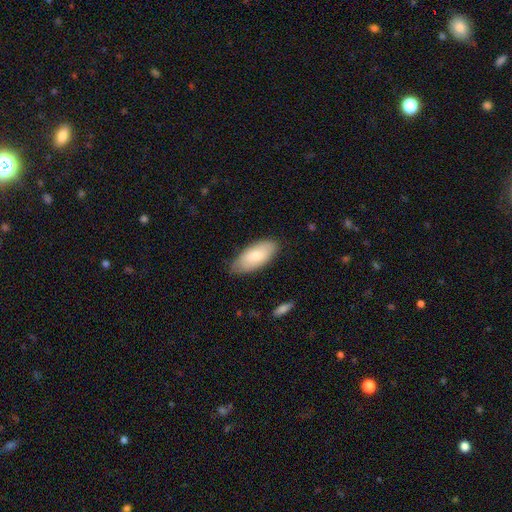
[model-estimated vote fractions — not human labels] A smooth galaxy with no disk features (76%) that is in between round and cigar-shaped (90%).

Vote fractions:
- Smooth or featured? smooth: 76% / featured or disk: 19% / star or artifact: 6%
- How rounded? in between: 90% / cigar-shaped: 8% / round: 2%
- Merging? none: 77% / minor disturbance: 18% / major disturbance: 3% / merger: 1%